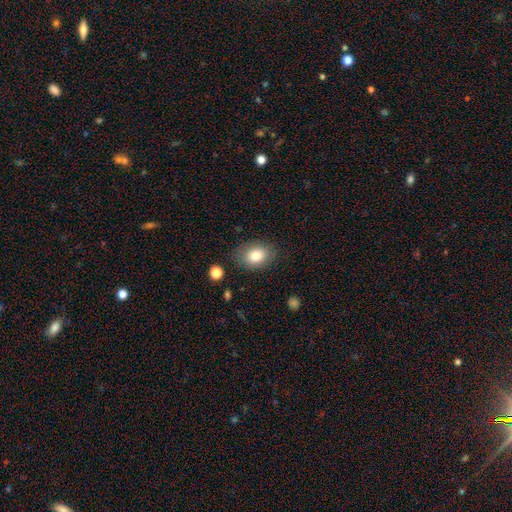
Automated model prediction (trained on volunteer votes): Smooth or featured?
  - smooth: 83% *
  - featured or disk: 9%
  - star or artifact: 8%
How rounded?
  - in between: 78% *
  - round: 21%
  - cigar-shaped: 1%
Merging?
  - none: 81% *
  - minor disturbance: 13%
  - major disturbance: 4%
  - merger: 2%